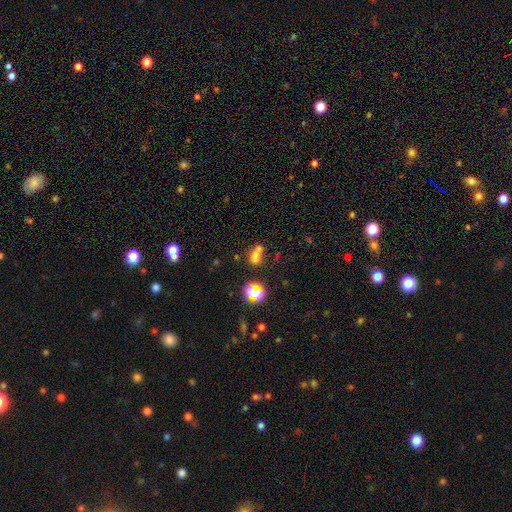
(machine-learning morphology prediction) Overall: smooth (61%; star or artifact 26%). How rounded: in between (61%; round 35%). Merging: merger (47%; none 35%).